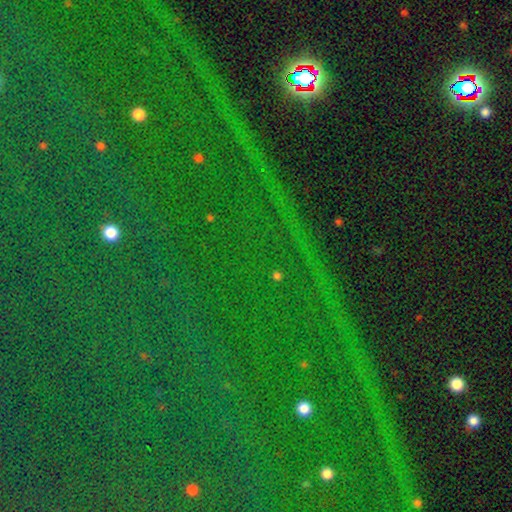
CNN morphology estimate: smooth-or-featured: star or artifact: 84% | smooth: 8% | featured or disk: 8%